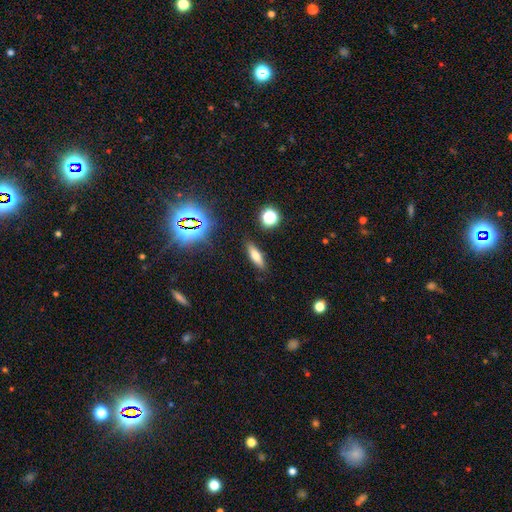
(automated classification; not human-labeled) A smooth galaxy with no disk features (64%) that is cigar-shaped (51%).

Vote fractions:
- Smooth or featured? smooth: 64% / featured or disk: 22% / star or artifact: 14%
- How rounded? cigar-shaped: 51% / in between: 45% / round: 5%
- Merging? none: 87% / minor disturbance: 9% / major disturbance: 2% / merger: 2%